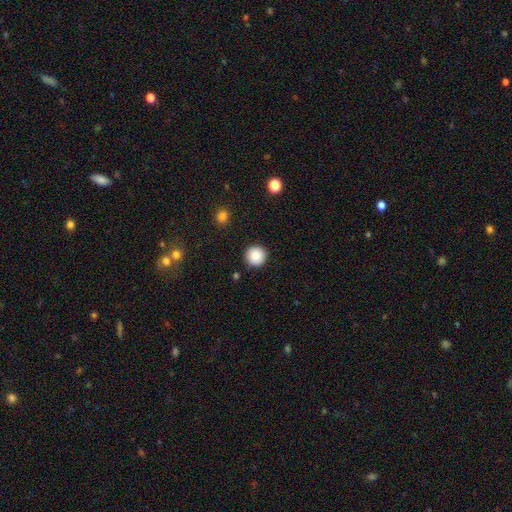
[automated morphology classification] type=smooth (86%); roundness=round (96%); merging=none (92%).